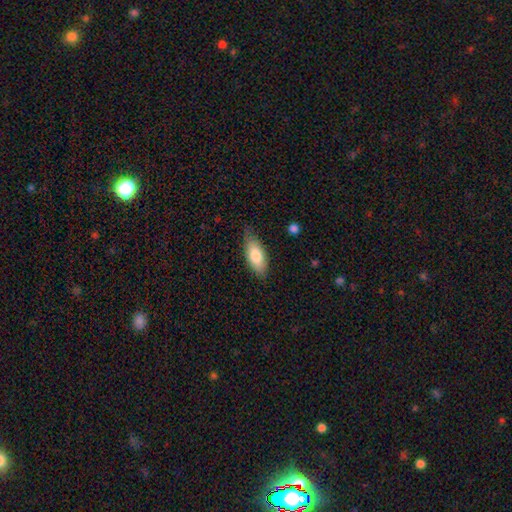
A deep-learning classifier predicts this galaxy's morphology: Overall: smooth (79%). How rounded: in between (80%). Merging: none (72%).